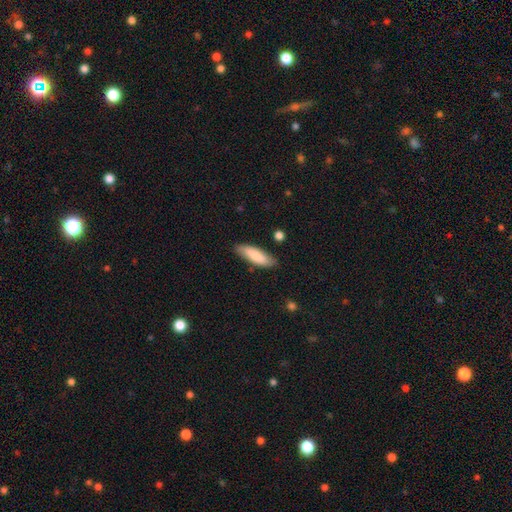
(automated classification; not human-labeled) This is clearly a smooth galaxy (81%). How rounded: possibly in between (51%). Merging: clearly none (82%).